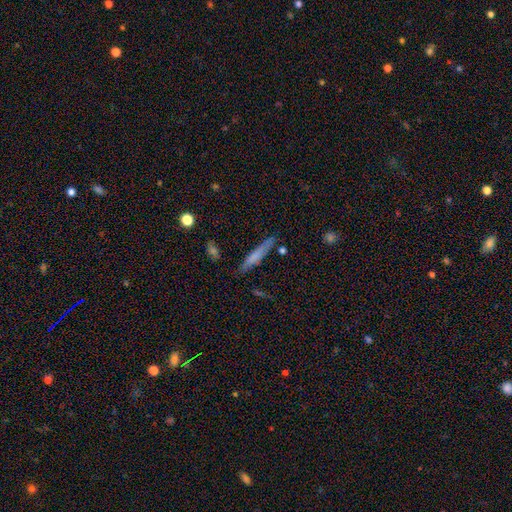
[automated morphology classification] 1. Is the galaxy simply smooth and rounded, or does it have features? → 63% smooth, 29% featured or disk, 8% star or artifact.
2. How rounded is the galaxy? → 92% cigar-shaped, 7% in between, 2% round.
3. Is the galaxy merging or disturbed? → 78% none, 15% minor disturbance, 3% major disturbance, 3% merger.